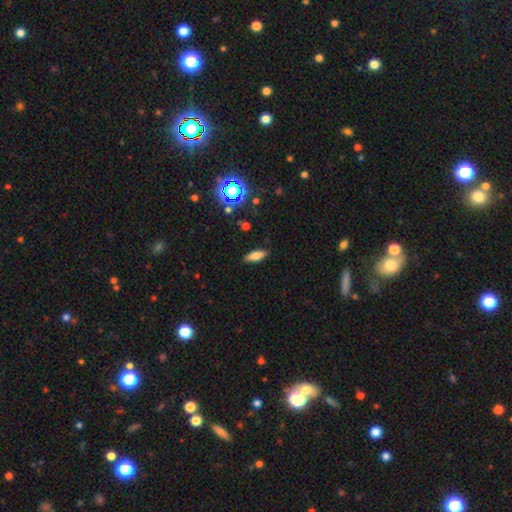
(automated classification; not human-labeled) A smooth galaxy with no disk features (73%) that is in between round and cigar-shaped (71%).

Vote fractions:
- Smooth or featured? smooth: 73% / featured or disk: 15% / star or artifact: 12%
- How rounded? in between: 71% / cigar-shaped: 26% / round: 3%
- Merging? none: 87% / minor disturbance: 9% / major disturbance: 2% / merger: 1%